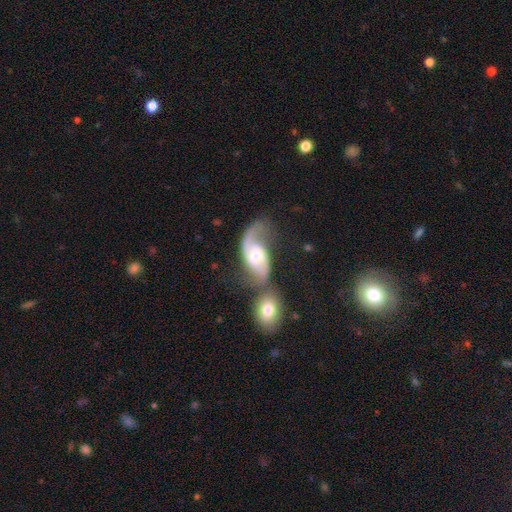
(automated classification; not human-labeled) This appears to be a featured or disk galaxy (81%) with no bar (58%), 2 (74%) loose (57%) spiral arms (94%) and a moderate central bulge (61%). Merging: merger (42%).